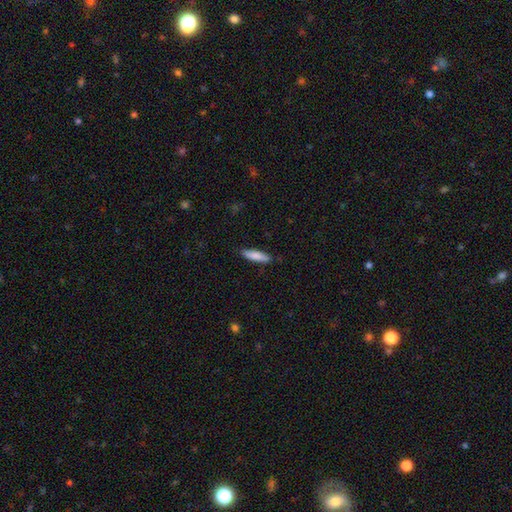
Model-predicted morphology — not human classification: Q: Smooth or featured?
A: smooth (83%); runner-up: featured or disk (11%)
Q: How rounded?
A: cigar-shaped (71%); runner-up: in between (28%)
Q: Merging?
A: none (86%); runner-up: minor disturbance (11%)